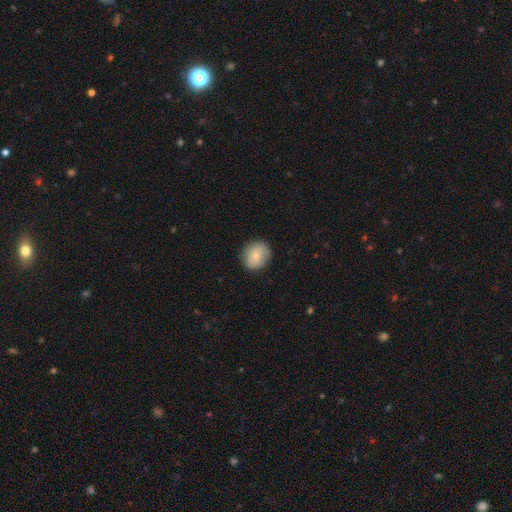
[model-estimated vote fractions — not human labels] Q: Smooth or featured?
A: smooth (75%); runner-up: featured or disk (17%)
Q: How rounded?
A: round (76%); runner-up: in between (23%)
Q: Merging?
A: none (85%); runner-up: minor disturbance (12%)